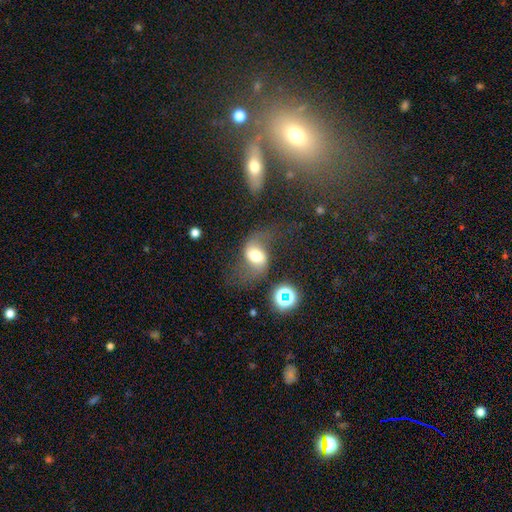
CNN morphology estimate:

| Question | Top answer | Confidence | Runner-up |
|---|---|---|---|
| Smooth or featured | featured or disk | 57% | smooth (31%) |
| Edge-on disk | no | 95% | yes (5%) |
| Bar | weak | 38% | no (37%) |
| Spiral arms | yes | 84% | no (16%) |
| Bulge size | moderate | 54% | large (29%) |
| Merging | none | 54% | major disturbance (23%) |